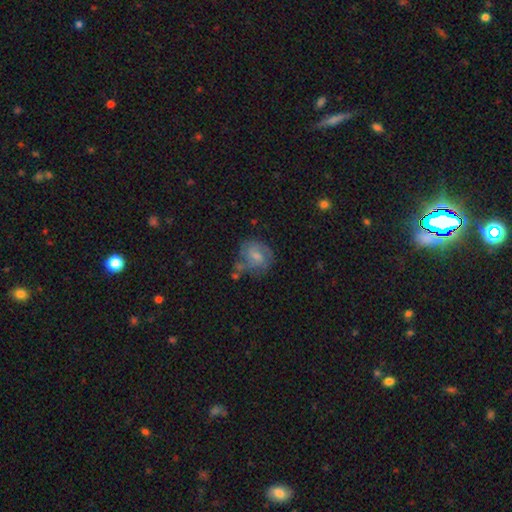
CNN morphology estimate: This appears to be a featured or disk galaxy (50%). Merging: none (48%).